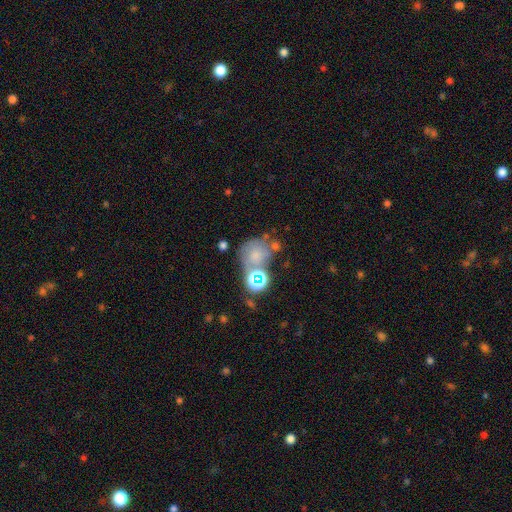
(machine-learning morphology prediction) Smooth or featured? Predicted: smooth (p=0.55). How rounded? Predicted: round (p=0.70). Merging? Predicted: none (p=0.40).